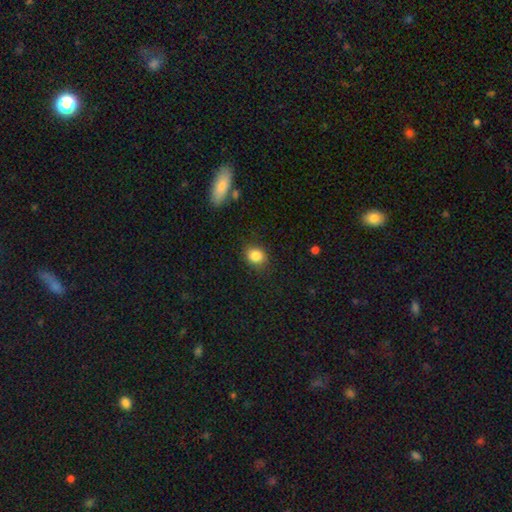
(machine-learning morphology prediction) A smooth galaxy with no disk features (83%) that is round (64%).

Vote fractions:
- Smooth or featured? smooth: 83% / star or artifact: 10% / featured or disk: 6%
- How rounded? round: 64% / in between: 35% / cigar-shaped: 1%
- Merging? none: 83% / minor disturbance: 12% / major disturbance: 3% / merger: 1%